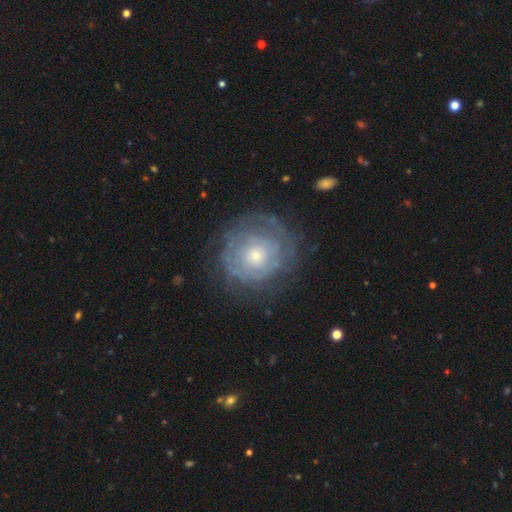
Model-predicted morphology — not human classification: featured or disk 66%, smooth 27%, star or artifact 7%. Down the decision tree: edge-on disk — no (97%); bar — no (86%); spiral arms — yes (66%); bulge size — small (70%); merging — none (72%).